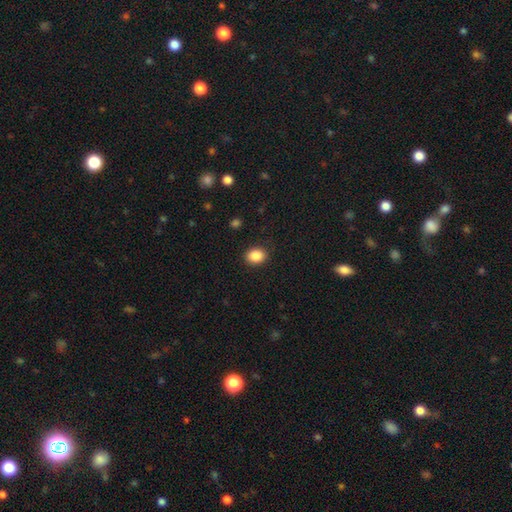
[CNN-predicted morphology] Smooth or featured? Predicted: smooth (p=0.87). How rounded? Predicted: in between (p=0.61). Merging? Predicted: none (p=0.89).